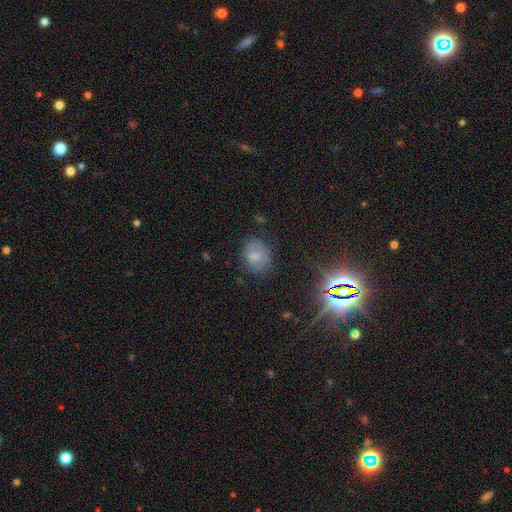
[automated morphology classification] This is likely a smooth galaxy (73%). How rounded: likely round (62%). Merging: likely none (69%).